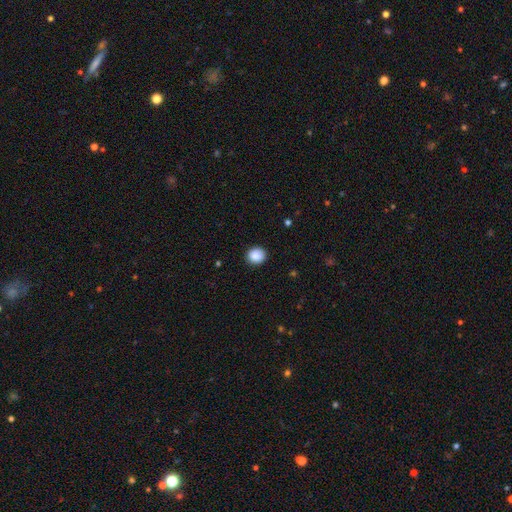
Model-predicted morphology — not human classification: smooth_or_featured: smooth (p=0.88) [alt: star or artifact p=0.09]
how_rounded: round (p=0.83) [alt: in between p=0.16]
merging: none (p=0.90) [alt: minor disturbance p=0.07]